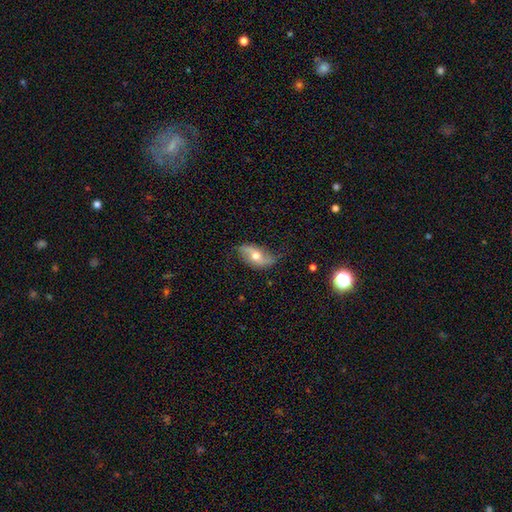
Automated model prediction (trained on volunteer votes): This appears to be a featured or disk galaxy (65%) with no bar (53%), spiral arms (83%) and a moderate central bulge (73%). Merging: none (67%).